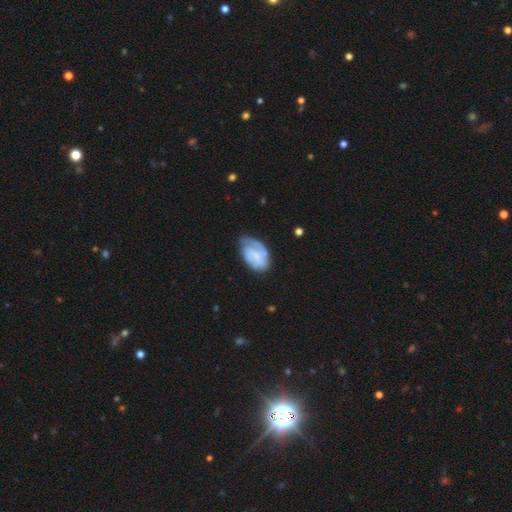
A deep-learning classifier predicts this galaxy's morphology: A featured or disk galaxy (57%) with no bar (57%), spiral arms (78%) and no central bulge (43%). Merging: none (45%).